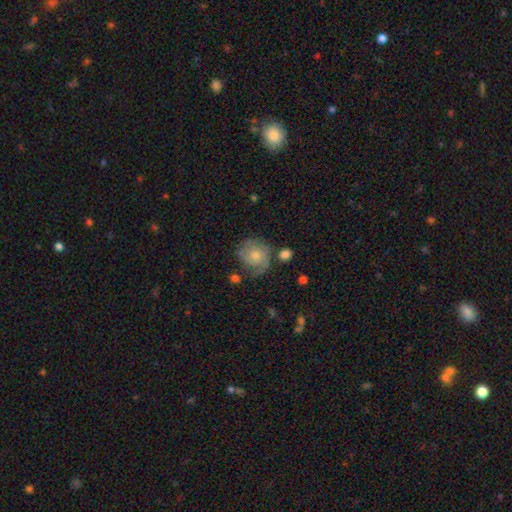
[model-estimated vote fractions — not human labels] smooth 54%, featured or disk 39%, star or artifact 8%. Down the decision tree: how rounded — round (80%); merging — none (57%).